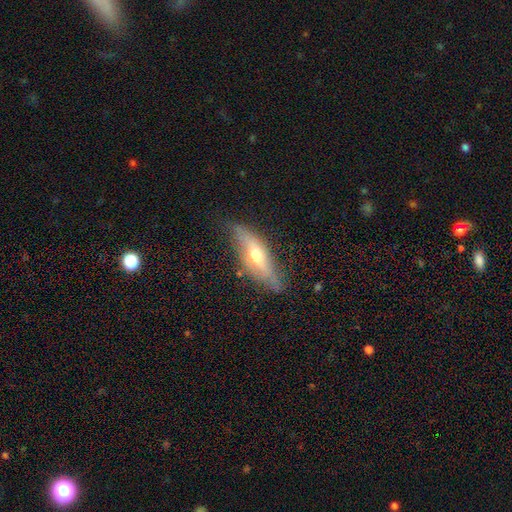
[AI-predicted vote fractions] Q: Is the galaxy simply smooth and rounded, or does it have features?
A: featured or disk — 54%.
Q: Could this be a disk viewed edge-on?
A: yes — 67%.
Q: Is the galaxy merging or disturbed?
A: none — 69%.